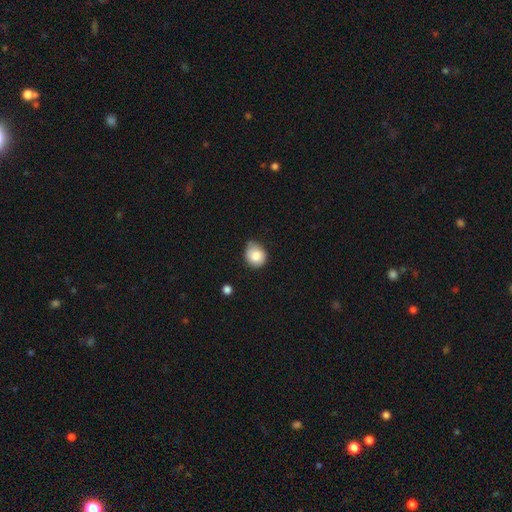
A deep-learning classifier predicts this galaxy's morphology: The model was most divided on "merging": none: 55%, minor disturbance: 37%, major disturbance: 6%, merger: 3%. More confident: smooth or featured — smooth (83%); how rounded — round (72%).